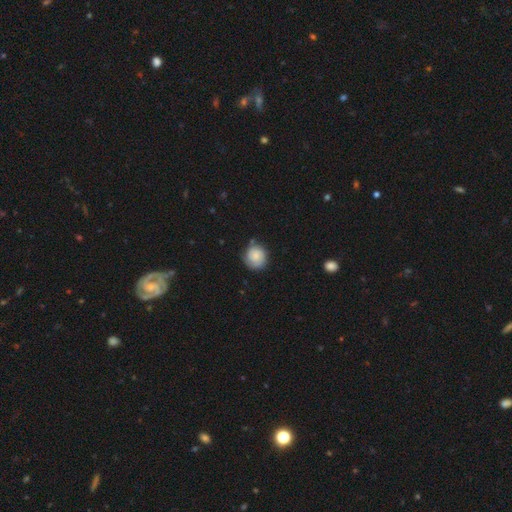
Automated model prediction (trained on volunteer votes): Q: Smooth or featured?
A: smooth (70%); runner-up: featured or disk (22%)
Q: How rounded?
A: round (86%); runner-up: in between (13%)
Q: Merging?
A: none (72%); runner-up: minor disturbance (21%)